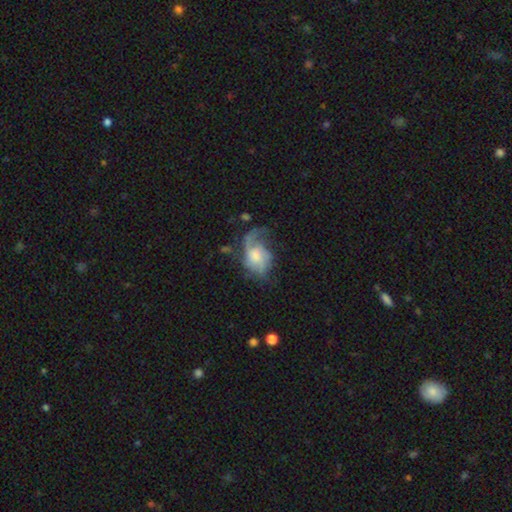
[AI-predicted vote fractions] This is likely a featured or disk galaxy (61%). It is clearly not viewed edge-on (97%). Bar: likely no (72%). Spiral arm pattern: likely yes (77%). Central bulge: marginally moderate (39%). Merging: marginally major disturbance (44%).